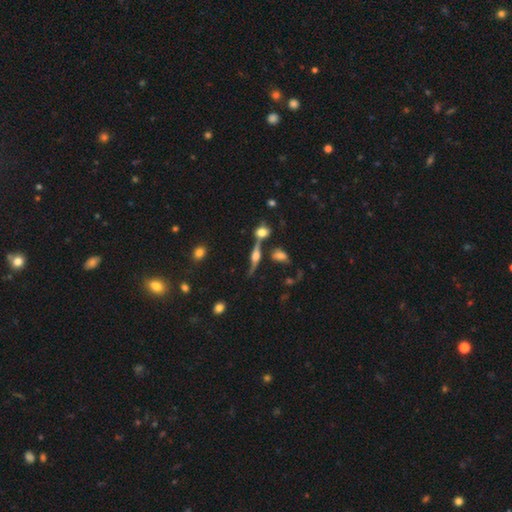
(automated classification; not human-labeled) The model was most divided on "merging": none: 60%, minor disturbance: 16%, merger: 16%, major disturbance: 8%. More confident: edge-on bulge — rounded (93%); edge-on disk — yes (84%); smooth or featured — featured or disk (77%).